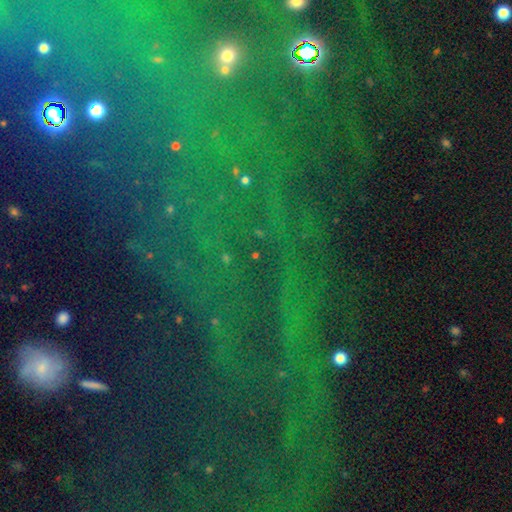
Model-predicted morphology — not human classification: This is clearly a star or artifact rather than a galaxy (81%).